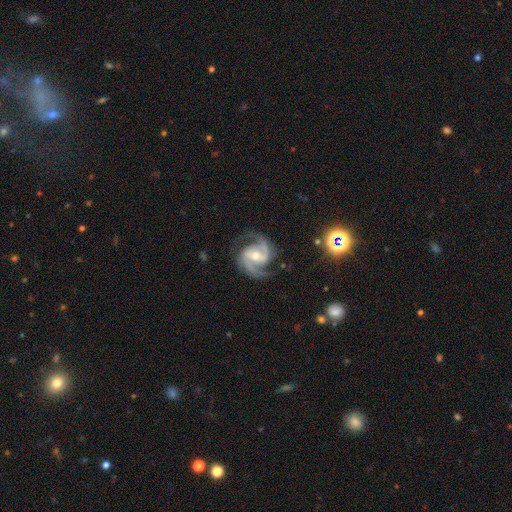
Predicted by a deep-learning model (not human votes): This appears to be a featured or disk galaxy (92%) with a weak bar (46%), 2 (87%) medium (60%) spiral arms (98%) and a moderate central bulge (62%). Merging: none (78%).